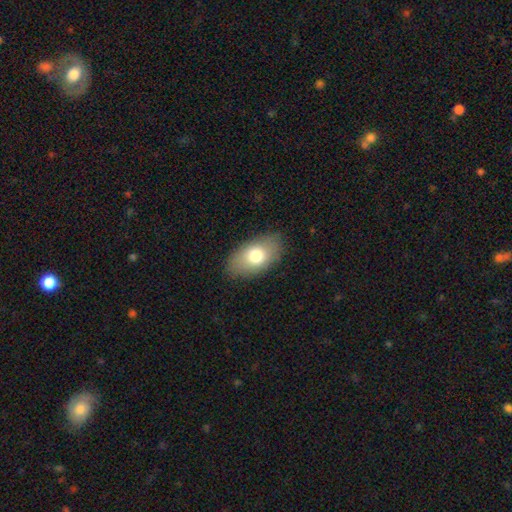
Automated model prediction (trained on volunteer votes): Smooth or featured?
  - smooth: 74% *
  - featured or disk: 18%
  - star or artifact: 8%
How rounded?
  - in between: 91% *
  - round: 7%
  - cigar-shaped: 2%
Merging?
  - none: 84% *
  - minor disturbance: 12%
  - major disturbance: 3%
  - merger: 1%